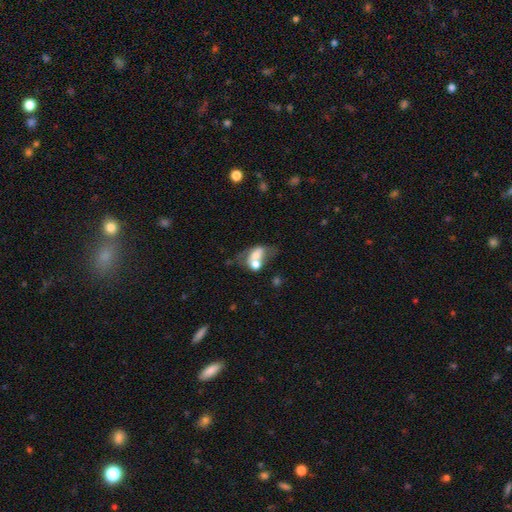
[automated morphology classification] Smooth or featured? smooth (51%)
How rounded? in between (71%)
Merging? merger (53%)